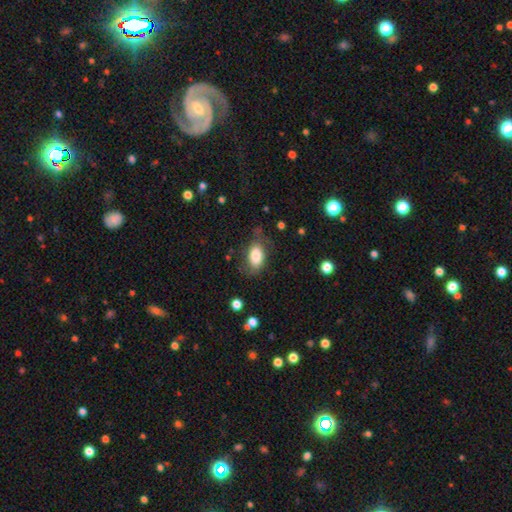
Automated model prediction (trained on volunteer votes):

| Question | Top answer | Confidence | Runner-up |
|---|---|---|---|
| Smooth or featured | smooth | 79% | featured or disk (14%) |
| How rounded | in between | 91% | round (7%) |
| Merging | none | 63% | minor disturbance (24%) |